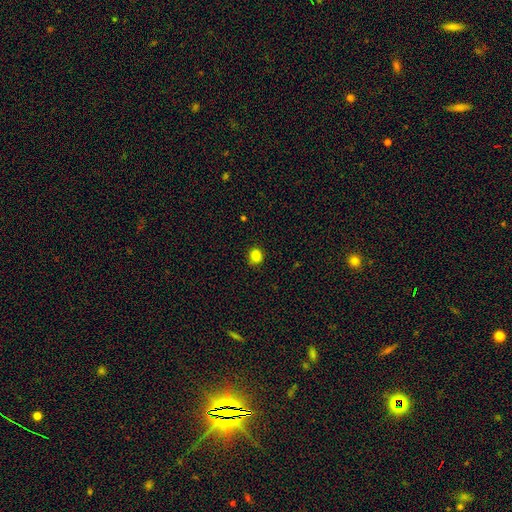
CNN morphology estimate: smooth 85%, star or artifact 12%, featured or disk 3%. Down the decision tree: how rounded — round (76%); merging — none (88%).